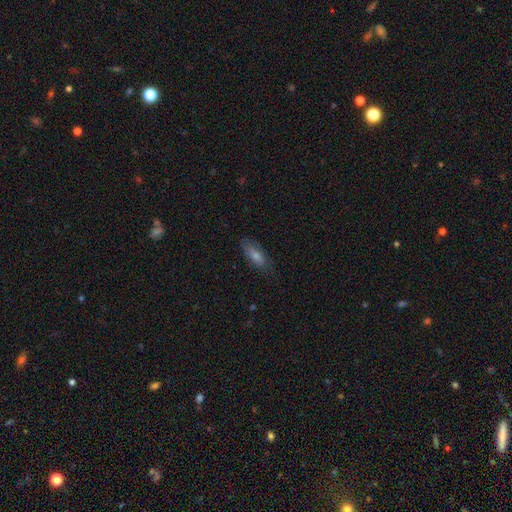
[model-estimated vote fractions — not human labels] smooth 58%, featured or disk 31%, star or artifact 11%. Down the decision tree: how rounded — in between (61%); merging — none (80%).